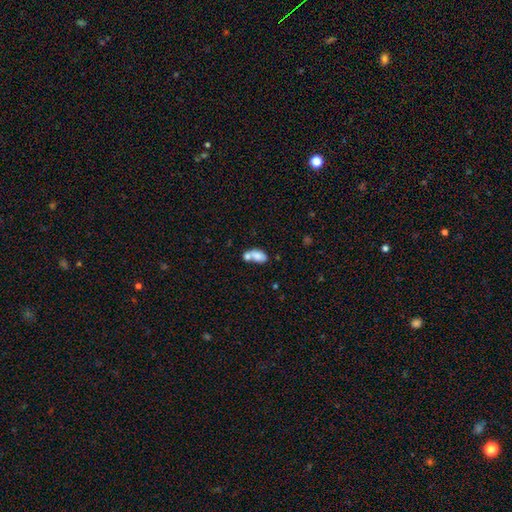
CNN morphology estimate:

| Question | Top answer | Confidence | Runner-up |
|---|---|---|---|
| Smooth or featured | smooth | 75% | featured or disk (16%) |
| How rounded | in between | 89% | round (8%) |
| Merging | merger | 58% | none (25%) |